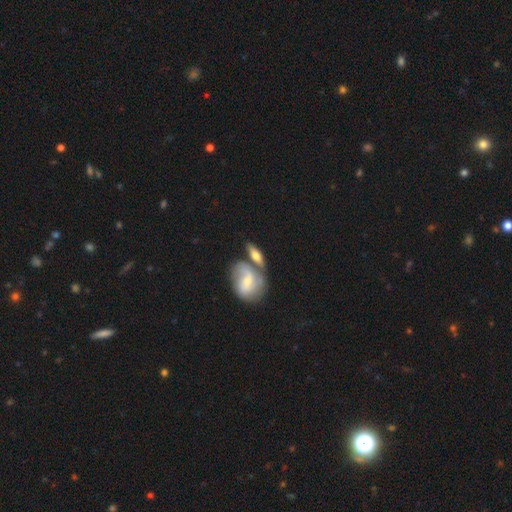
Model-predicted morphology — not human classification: Smooth or featured: smooth — 48% (featured or disk — 45%)
Merging: none — 44% (merger — 37%)